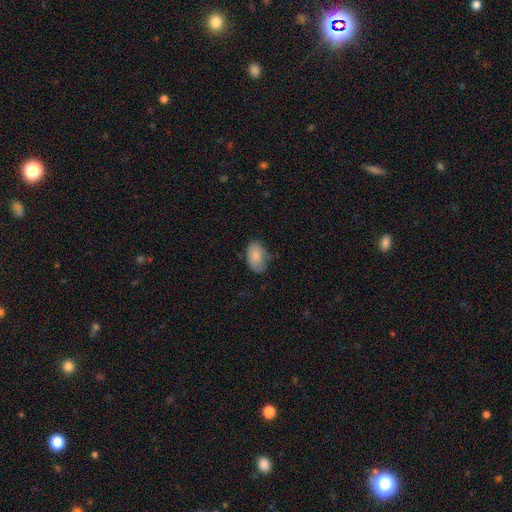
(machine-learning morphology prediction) A smooth galaxy with no disk features (83%) that is in between round and cigar-shaped (90%).

Vote fractions:
- Smooth or featured? smooth: 83% / featured or disk: 10% / star or artifact: 7%
- How rounded? in between: 90% / round: 9% / cigar-shaped: 1%
- Merging? none: 61% / minor disturbance: 30% / major disturbance: 7% / merger: 2%